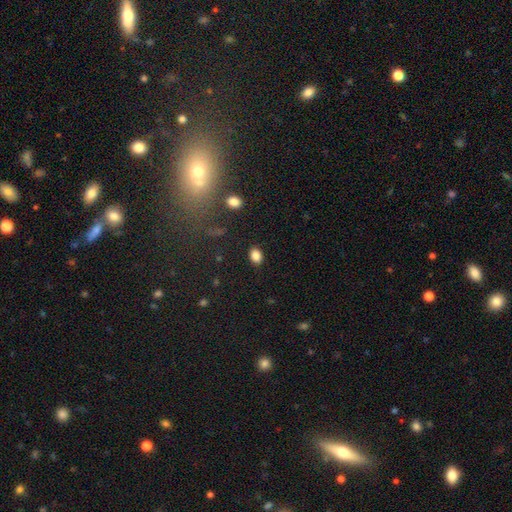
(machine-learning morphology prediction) A smooth galaxy with no disk features (85%) that is in between round and cigar-shaped (76%).

Vote fractions:
- Smooth or featured? smooth: 85% / star or artifact: 10% / featured or disk: 5%
- How rounded? in between: 76% / round: 23% / cigar-shaped: 1%
- Merging? none: 86% / minor disturbance: 10% / major disturbance: 3% / merger: 2%